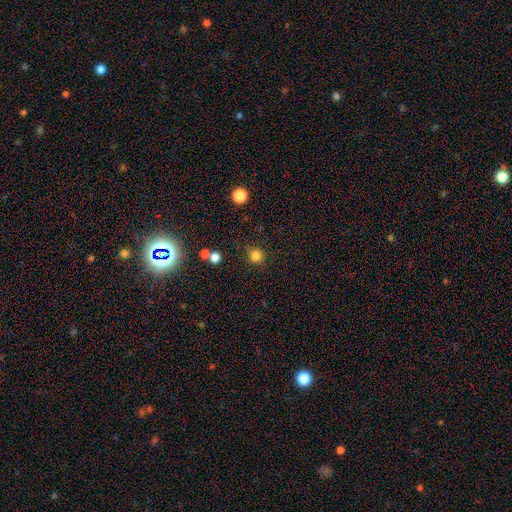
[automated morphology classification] Smooth or featured?
  - smooth: 82% *
  - star or artifact: 13%
  - featured or disk: 4%
How rounded?
  - round: 93% *
  - in between: 6%
  - cigar-shaped: 1%
Merging?
  - none: 84% *
  - minor disturbance: 9%
  - merger: 3%
  - major disturbance: 3%